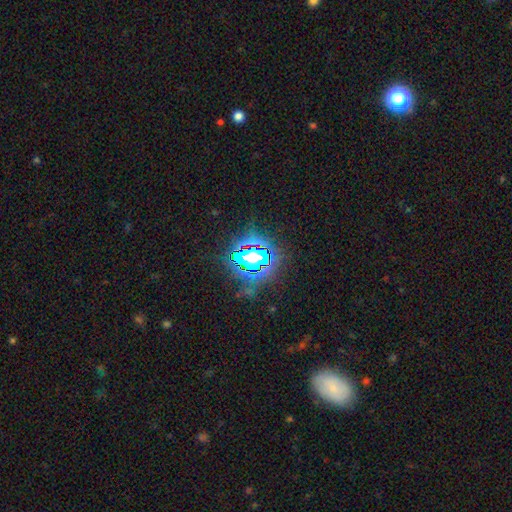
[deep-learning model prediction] smooth-or-featured: star or artifact: 80% | smooth: 12% | featured or disk: 9%